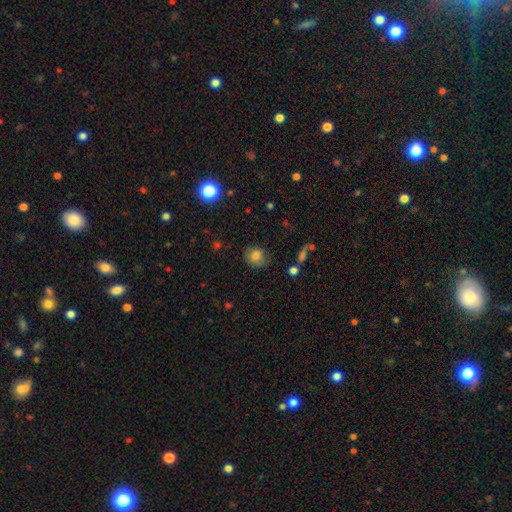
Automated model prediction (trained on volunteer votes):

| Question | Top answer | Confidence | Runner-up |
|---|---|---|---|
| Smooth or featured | smooth | 80% | star or artifact (12%) |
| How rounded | round | 77% | in between (22%) |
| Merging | none | 79% | minor disturbance (15%) |